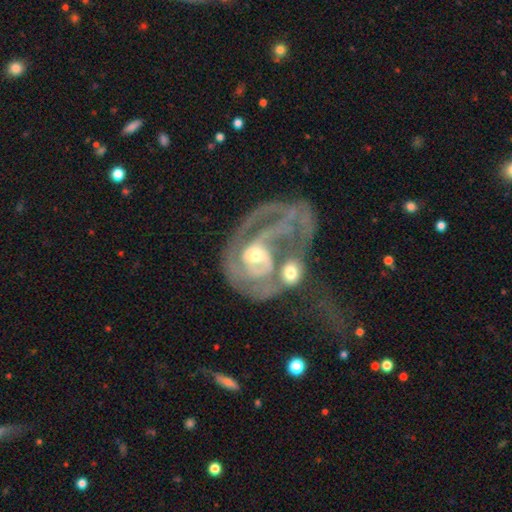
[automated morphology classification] smooth_or_featured: featured or disk (p=0.84) [alt: smooth p=0.10]
disk_edge_on: no (p=0.97) [alt: yes p=0.03]
bar: no (p=0.55) [alt: weak p=0.33]
has_spiral_arms: yes (p=0.89) [alt: no p=0.11]
spiral_winding: tight (p=0.42) [alt: medium p=0.38]
spiral_arm_count: 2 (p=0.32) [alt: can't tell p=0.25]
bulge_size: moderate (p=0.48) [alt: small p=0.43]
merging: merger (p=0.53) [alt: major disturbance p=0.25]